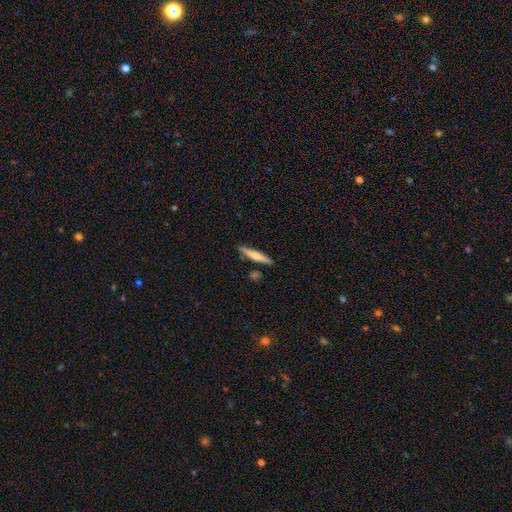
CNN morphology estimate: Overall: smooth (58%; featured or disk 36%). How rounded: cigar-shaped (92%). Merging: none (85%).